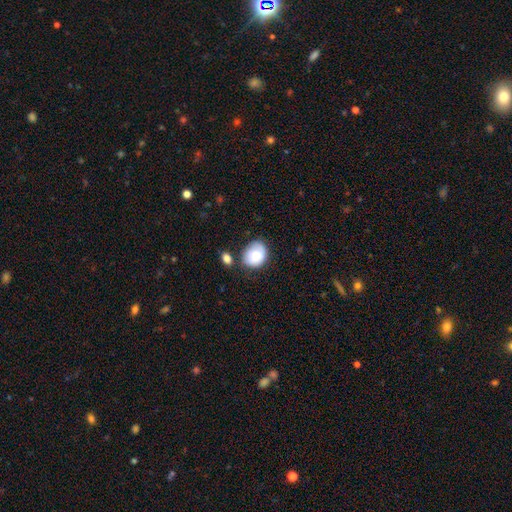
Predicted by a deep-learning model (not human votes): Smooth or featured? smooth (77%)
How rounded? round (55%)
Merging? none (55%)